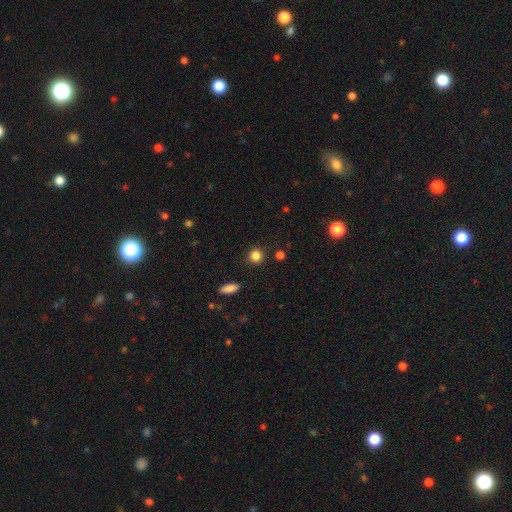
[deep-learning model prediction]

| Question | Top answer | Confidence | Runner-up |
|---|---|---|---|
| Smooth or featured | smooth | 84% | star or artifact (12%) |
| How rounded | round | 89% | in between (10%) |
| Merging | none | 88% | minor disturbance (7%) |